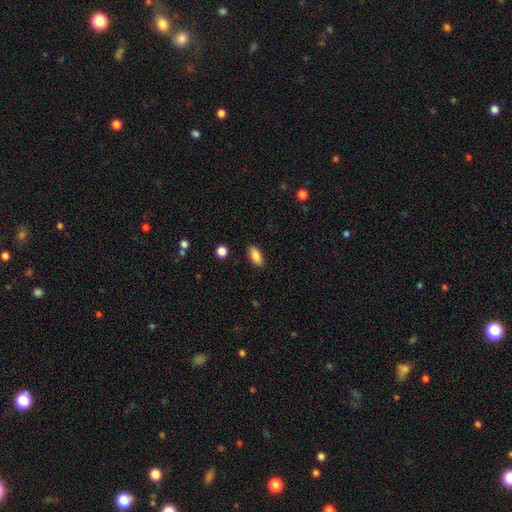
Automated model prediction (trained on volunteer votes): Q: Smooth or featured?
A: smooth (86%); runner-up: star or artifact (7%)
Q: How rounded?
A: in between (87%); runner-up: cigar-shaped (10%)
Q: Merging?
A: none (88%); runner-up: minor disturbance (9%)